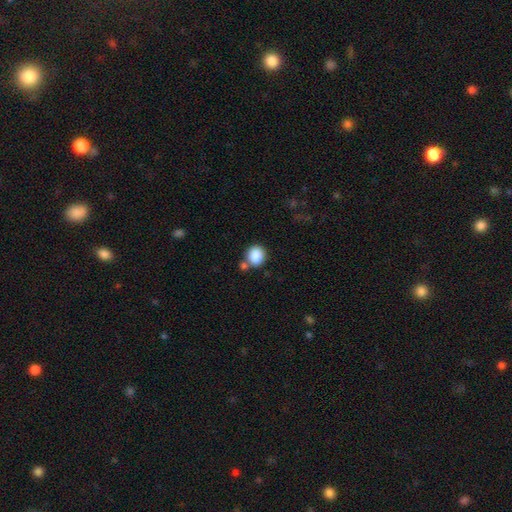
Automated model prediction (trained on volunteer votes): Smooth or featured? Predicted: smooth (p=0.87). How rounded? Predicted: round (p=0.77). Merging? Predicted: none (p=0.70).